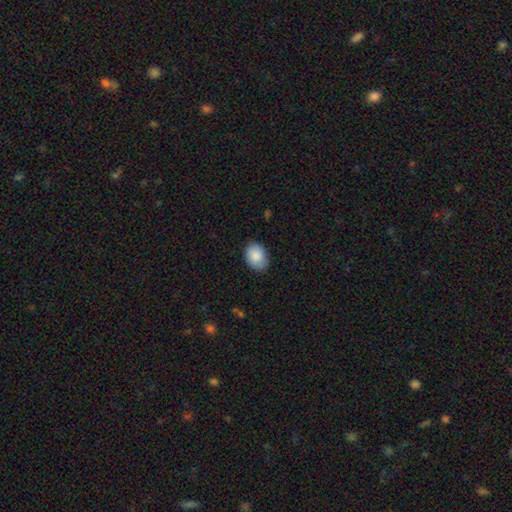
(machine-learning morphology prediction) Smooth or featured? Predicted: smooth (p=0.86). How rounded? Predicted: in between (p=0.78). Merging? Predicted: none (p=0.79).